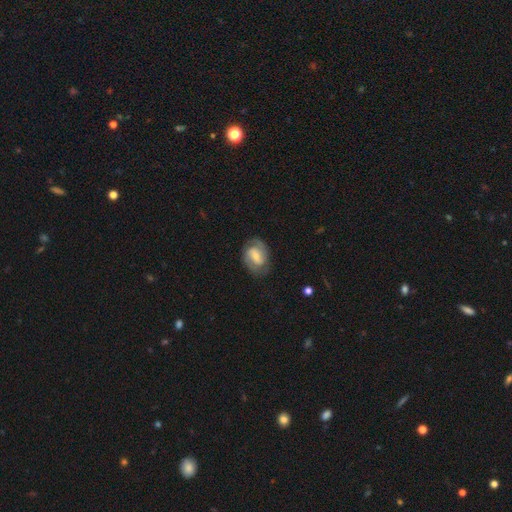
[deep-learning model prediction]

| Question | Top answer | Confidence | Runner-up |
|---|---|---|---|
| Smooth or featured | featured or disk | 72% | smooth (22%) |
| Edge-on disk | no | 97% | yes (3%) |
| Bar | weak | 48% | strong (31%) |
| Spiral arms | yes | 90% | no (10%) |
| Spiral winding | medium | 46% | tight (40%) |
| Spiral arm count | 2 | 84% | can't tell (8%) |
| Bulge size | small | 46% | moderate (39%) |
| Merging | none | 78% | minor disturbance (15%) |